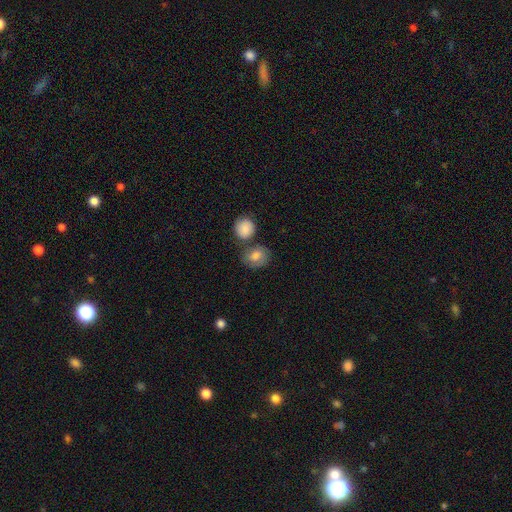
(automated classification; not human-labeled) Overall: smooth (78%). How rounded: in between (55%; round 43%). Merging: none (57%; merger 21%).